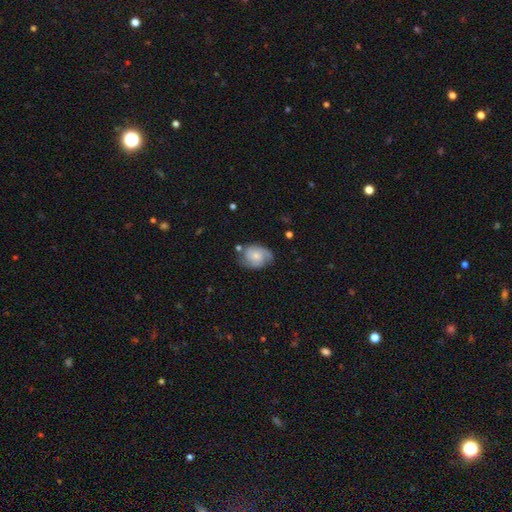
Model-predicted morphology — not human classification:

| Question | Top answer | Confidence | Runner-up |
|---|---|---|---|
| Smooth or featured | featured or disk | 61% | smooth (32%) |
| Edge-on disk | no | 97% | yes (3%) |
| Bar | no | 70% | weak (26%) |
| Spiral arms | yes | 91% | no (9%) |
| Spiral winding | medium | 43% | tight (40%) |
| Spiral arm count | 2 | 68% | can't tell (14%) |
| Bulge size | small | 48% | moderate (37%) |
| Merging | none | 66% | minor disturbance (23%) |